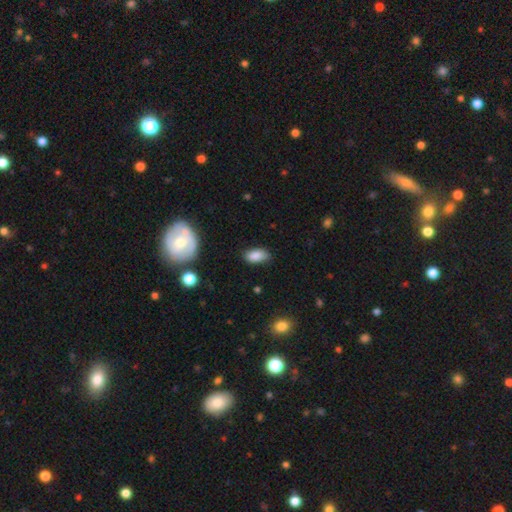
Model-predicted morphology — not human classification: The model was most divided on "merging": none: 78%, minor disturbance: 17%, major disturbance: 3%, merger: 2%. More confident: how rounded — in between (92%); smooth or featured — smooth (85%).